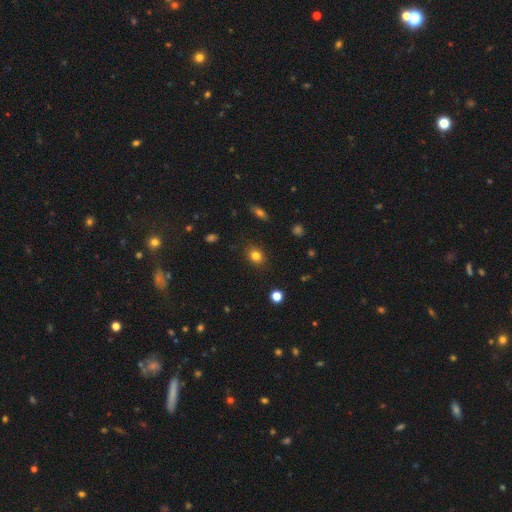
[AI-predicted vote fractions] smooth-or-featured: smooth: 82% | star or artifact: 12% | featured or disk: 6%
  how-rounded: round: 62% | in between: 37% | cigar-shaped: 1%
  merging: none: 88% | minor disturbance: 9% | major disturbance: 2% | merger: 1%